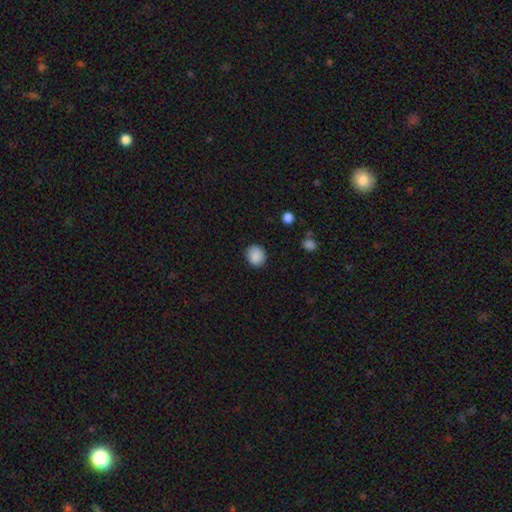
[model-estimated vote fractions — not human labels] This is clearly a smooth galaxy (89%). How rounded: clearly round (82%). Merging: clearly none (89%).